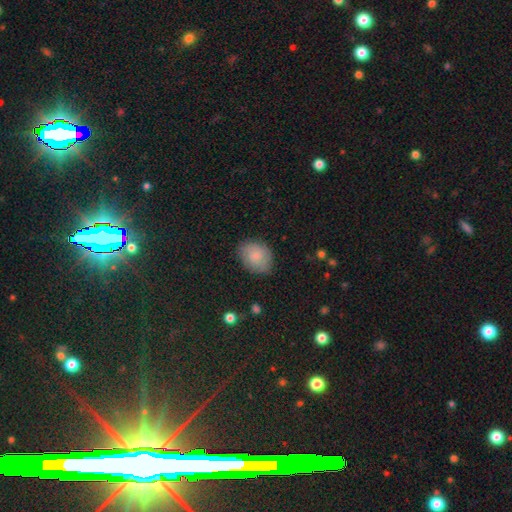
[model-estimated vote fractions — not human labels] Smooth or featured: smooth — 76% (featured or disk — 17%)
How rounded: in between — 63% (round — 36%)
Merging: none — 80% (minor disturbance — 15%)